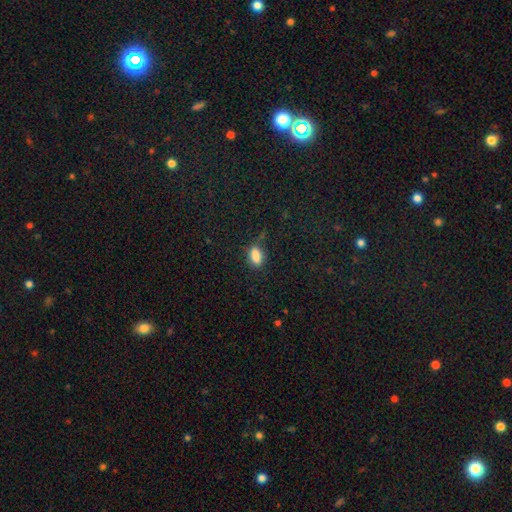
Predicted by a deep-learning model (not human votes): Smooth or featured? smooth (84%)
How rounded? in between (86%)
Merging? none (66%)